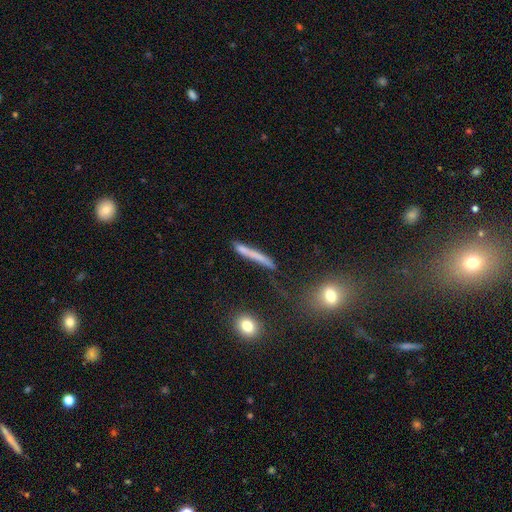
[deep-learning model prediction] Smooth or featured? smooth (60%)
How rounded? cigar-shaped (94%)
Merging? none (67%)